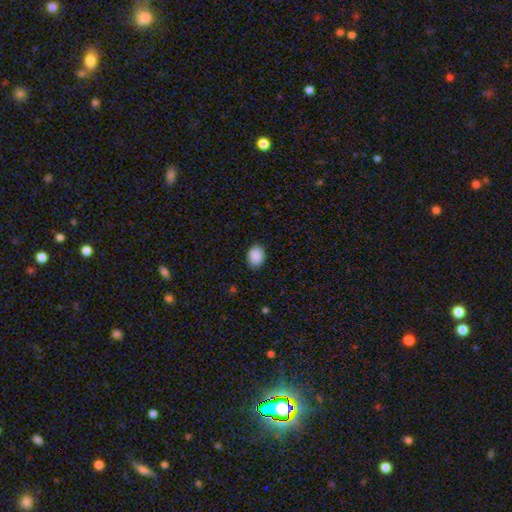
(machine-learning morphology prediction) A smooth galaxy with no disk features (90%) that is in between round and cigar-shaped (66%).

Vote fractions:
- Smooth or featured? smooth: 90% / star or artifact: 7% / featured or disk: 3%
- How rounded? in between: 66% / round: 33% / cigar-shaped: 1%
- Merging? none: 87% / minor disturbance: 10% / major disturbance: 2% / merger: 1%